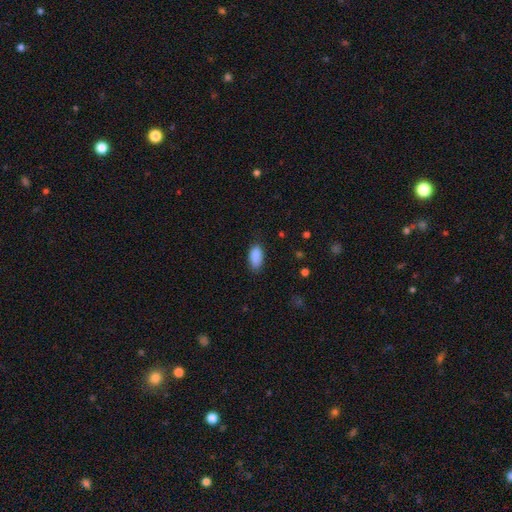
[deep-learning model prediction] Smooth or featured?
  - smooth: 89% *
  - star or artifact: 7%
  - featured or disk: 4%
How rounded?
  - in between: 92% *
  - cigar-shaped: 6%
  - round: 3%
Merging?
  - none: 77% *
  - minor disturbance: 18%
  - major disturbance: 4%
  - merger: 1%